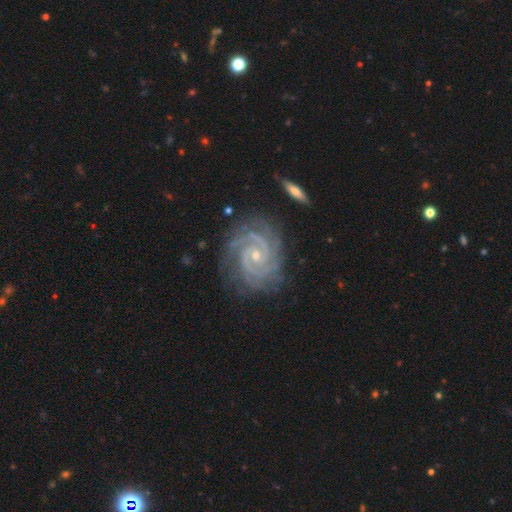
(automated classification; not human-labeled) Overall: featured or disk (89%). Edge-on disk: no (98%). Bar: no (63%; weak 26%). Spiral arms: yes (98%). Spiral arm count: 2 (32%; 3 26%). Spiral winding: tight (77%). Bulge size: small (73%). Merging: none (79%).